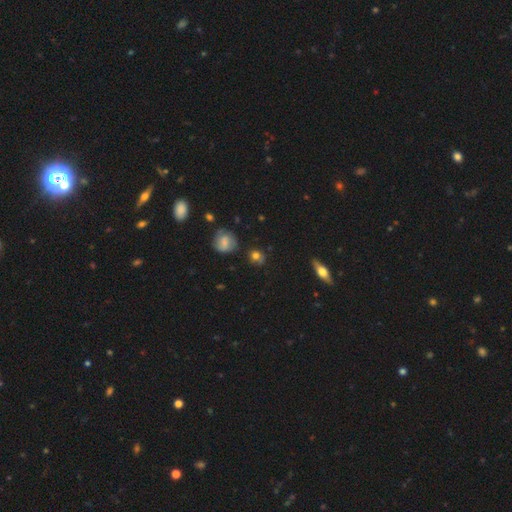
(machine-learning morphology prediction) This appears to be a smooth galaxy with no disk features (71%) that is round (77%). Merging: none (72%).